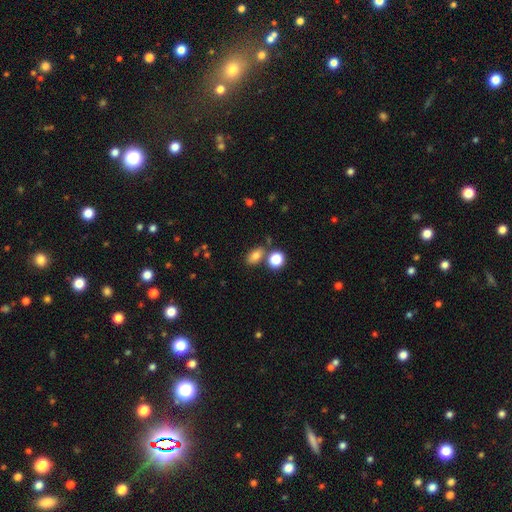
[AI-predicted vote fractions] This appears to be a smooth galaxy with no disk features (79%) that is in between round and cigar-shaped (78%). Merging: none (69%).